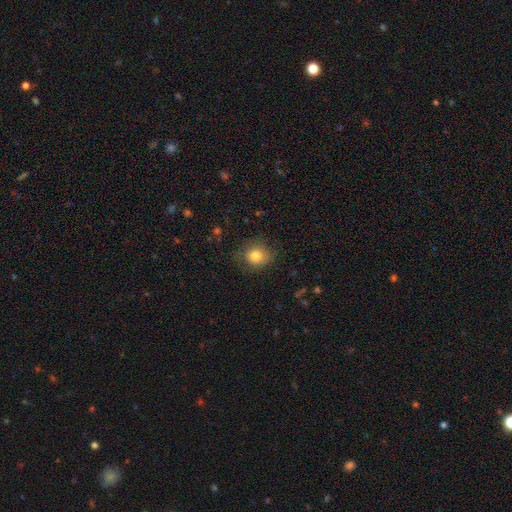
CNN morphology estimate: smooth 81%, star or artifact 11%, featured or disk 8%. Down the decision tree: how rounded — round (75%); merging — none (75%).